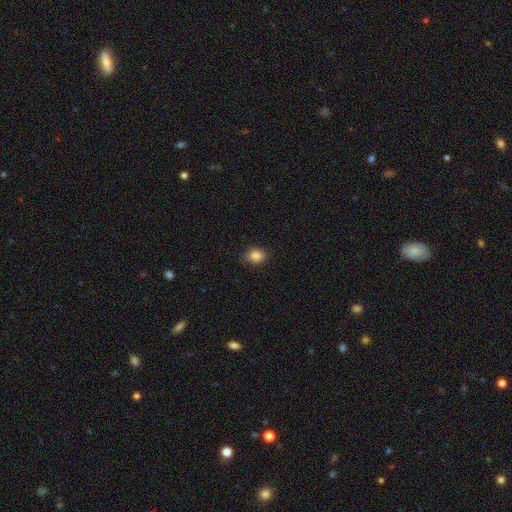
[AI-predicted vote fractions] Smooth or featured? Predicted: smooth (p=0.86). How rounded? Predicted: round (p=0.50). Merging? Predicted: none (p=0.87).